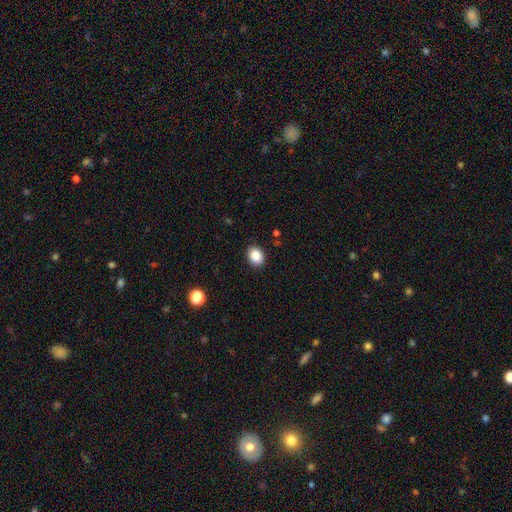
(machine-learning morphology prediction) The model was most divided on "how rounded": in between: 56%, round: 43%, cigar-shaped: 1%. More confident: merging — none (90%); smooth or featured — smooth (87%).